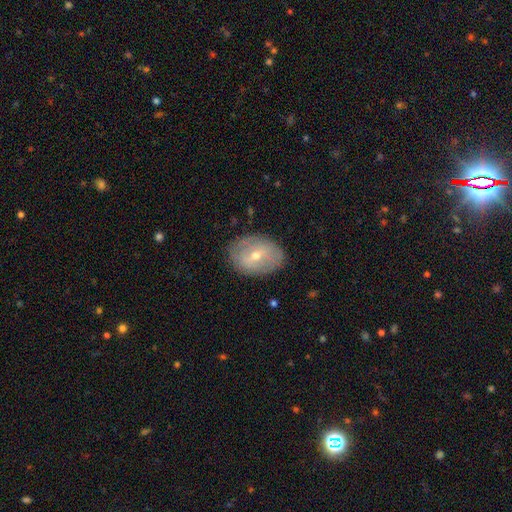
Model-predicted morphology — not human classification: smooth_or_featured: featured or disk (p=0.52) [alt: smooth p=0.40]
disk_edge_on: no (p=0.91) [alt: yes p=0.09]
merging: none (p=0.82) [alt: minor disturbance p=0.14]